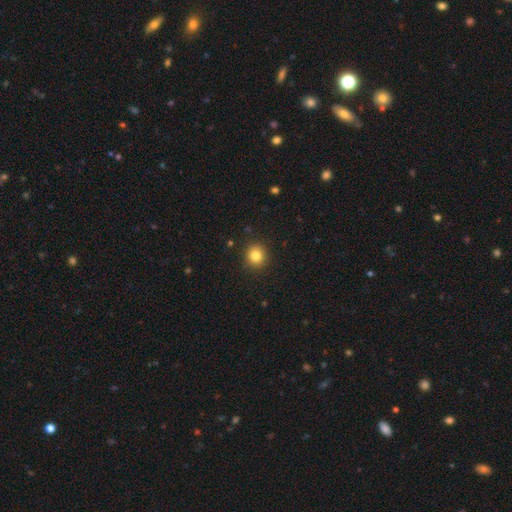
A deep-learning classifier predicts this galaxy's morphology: A smooth galaxy with no disk features (83%) that is round (89%).

Vote fractions:
- Smooth or featured? smooth: 83% / star or artifact: 11% / featured or disk: 6%
- How rounded? round: 89% / in between: 10% / cigar-shaped: 1%
- Merging? none: 91% / minor disturbance: 6% / major disturbance: 2% / merger: 1%